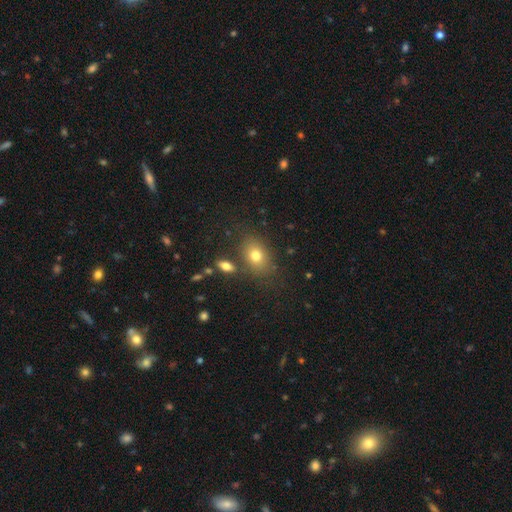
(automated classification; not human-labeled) smooth 75%, featured or disk 13%, star or artifact 12%. Down the decision tree: how rounded — in between (73%); merging — none (76%).